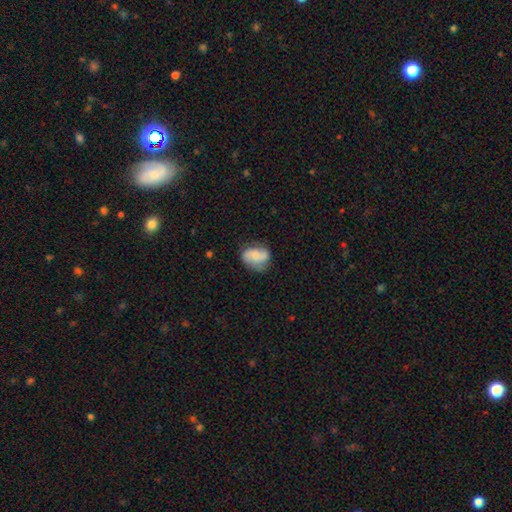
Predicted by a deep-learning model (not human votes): Smooth or featured? smooth (47%)
Merging? none (55%)